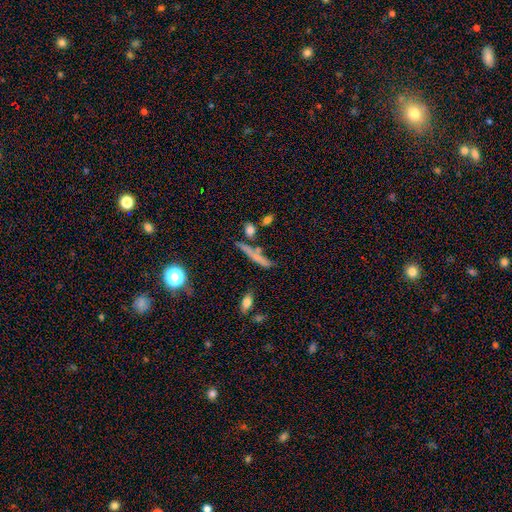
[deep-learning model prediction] smooth-or-featured: smooth: 51% | featured or disk: 35% | star or artifact: 14%
  how-rounded: cigar-shaped: 84% | in between: 10% | round: 6%
  merging: none: 61% | minor disturbance: 16% | merger: 15% | major disturbance: 7%